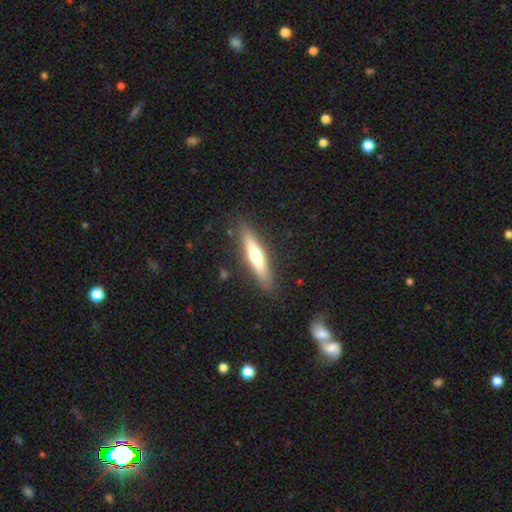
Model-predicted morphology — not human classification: A smooth galaxy with no disk features (47%).

Vote fractions:
- Smooth or featured? smooth: 47% / featured or disk: 46% / star or artifact: 6%
- Merging? none: 86% / minor disturbance: 9% / major disturbance: 3% / merger: 1%